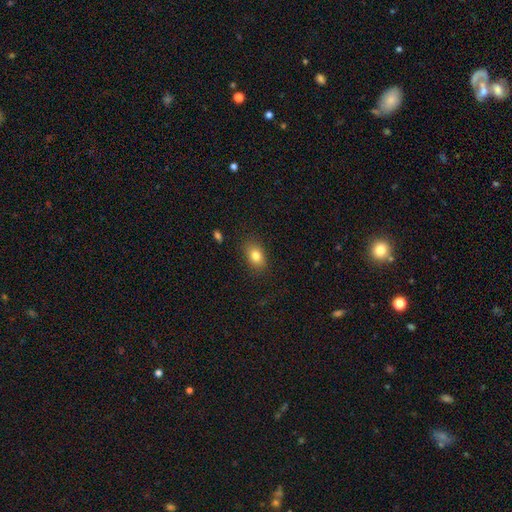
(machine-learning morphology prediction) smooth-or-featured: smooth: 82% | star or artifact: 10% | featured or disk: 9%
  how-rounded: in between: 76% | round: 23% | cigar-shaped: 2%
  merging: none: 84% | minor disturbance: 11% | major disturbance: 3% | merger: 1%